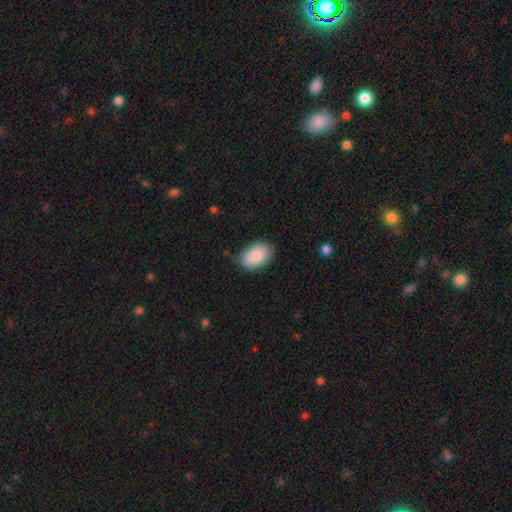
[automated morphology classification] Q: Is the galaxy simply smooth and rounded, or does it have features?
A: smooth — 88%.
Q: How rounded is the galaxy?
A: in between — 90%.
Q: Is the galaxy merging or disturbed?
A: none — 81%.